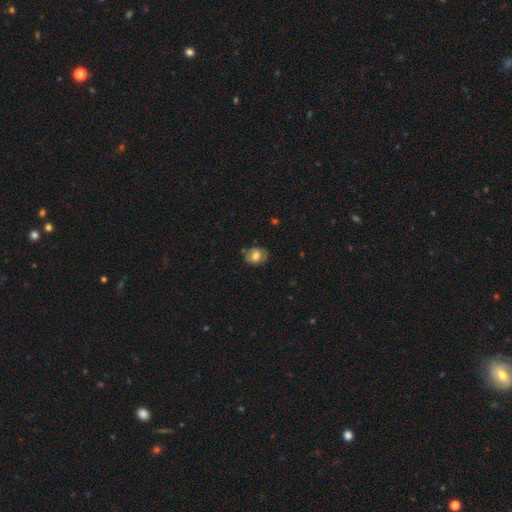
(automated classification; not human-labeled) Smooth or featured? smooth (66%)
How rounded? in between (50%)
Merging? none (75%)